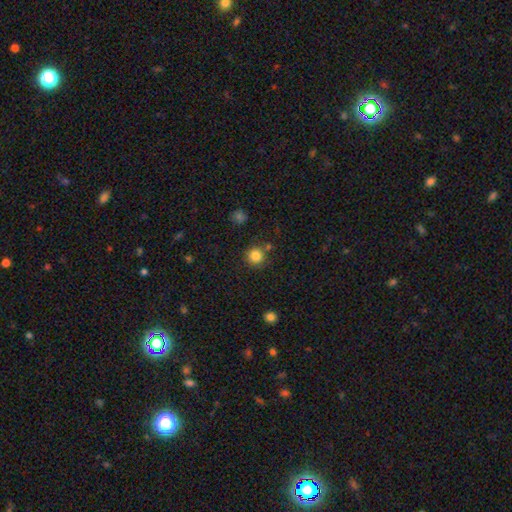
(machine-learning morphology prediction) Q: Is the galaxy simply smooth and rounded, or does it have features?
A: smooth — 84%.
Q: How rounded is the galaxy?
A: round — 93%.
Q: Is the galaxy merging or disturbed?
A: none — 81%.